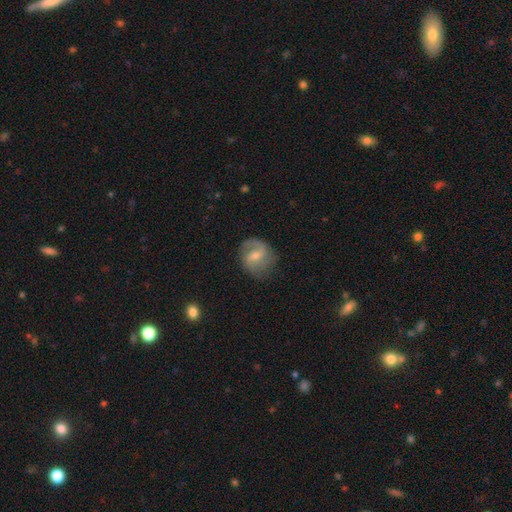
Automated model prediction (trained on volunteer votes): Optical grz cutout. It shows a featured or disk galaxy (74%) with a weak bar (57%), 2 (79%) medium (48%) spiral arms (94%) and a small central bulge (52%). Merging: none (73%).